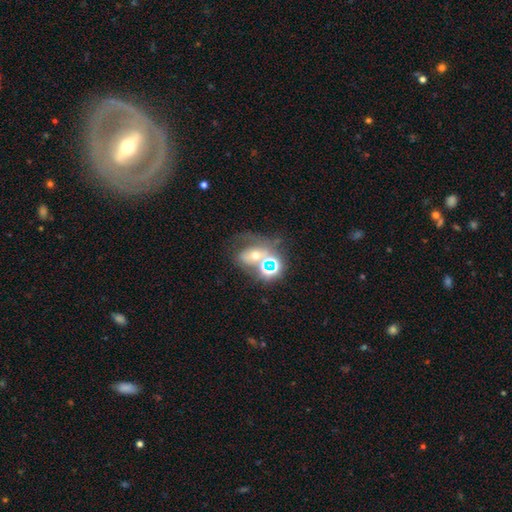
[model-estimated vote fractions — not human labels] Overall: featured or disk (36%; smooth 34%). Merging: none (33%; merger 32%).